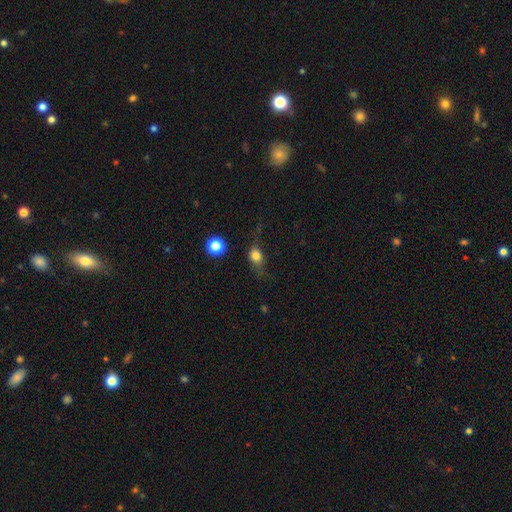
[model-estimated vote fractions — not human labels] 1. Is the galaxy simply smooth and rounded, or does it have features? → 73% smooth, 14% featured or disk, 13% star or artifact.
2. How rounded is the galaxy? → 53% round, 43% in between, 4% cigar-shaped.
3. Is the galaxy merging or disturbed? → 48% none, 28% minor disturbance, 21% major disturbance, 3% merger.